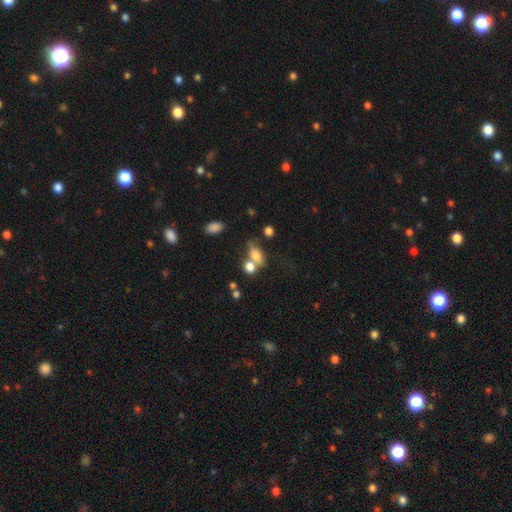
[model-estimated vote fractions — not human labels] smooth_or_featured: smooth (p=0.71) [alt: featured or disk p=0.17]
how_rounded: in between (p=0.73) [alt: round p=0.19]
merging: merger (p=0.40) [alt: none p=0.33]